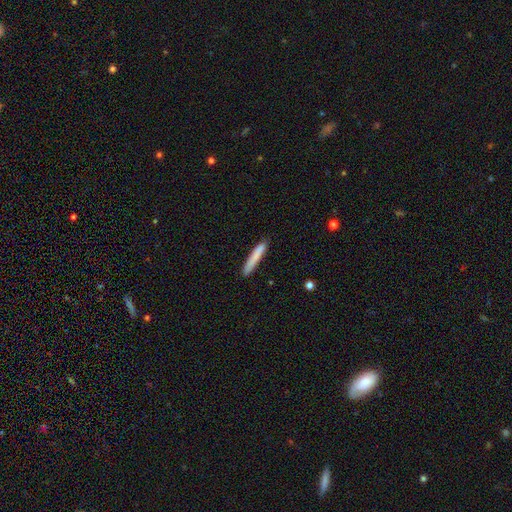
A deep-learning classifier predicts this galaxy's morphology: Smooth or featured? smooth (81%)
How rounded? cigar-shaped (95%)
Merging? none (87%)